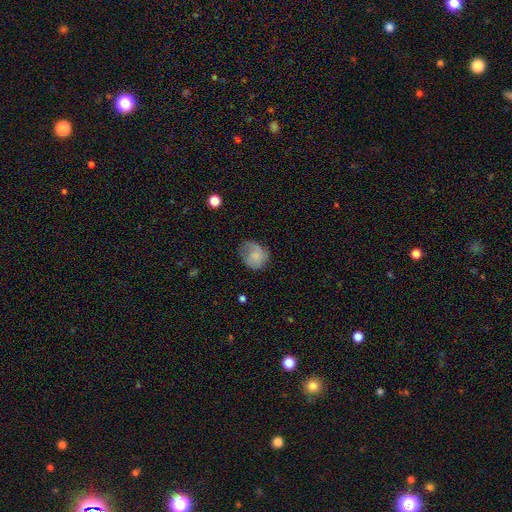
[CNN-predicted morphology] smooth 68%, featured or disk 23%, star or artifact 9%. Down the decision tree: how rounded — round (64%); merging — none (48%).